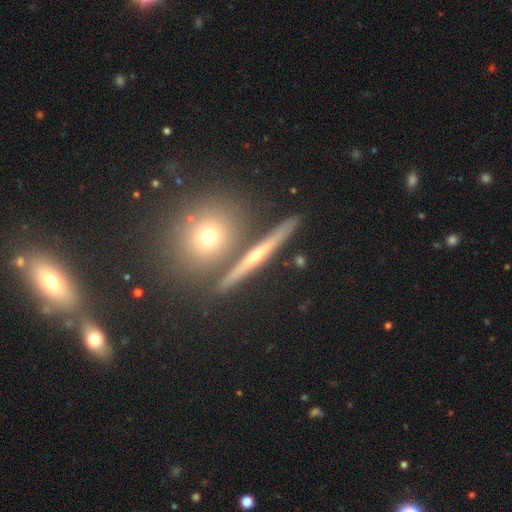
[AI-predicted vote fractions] The model was most divided on "smooth or featured": featured or disk: 65%, smooth: 20%, star or artifact: 15%. More confident: edge-on disk — yes (93%); merging — none (83%); edge-on bulge — rounded (75%).